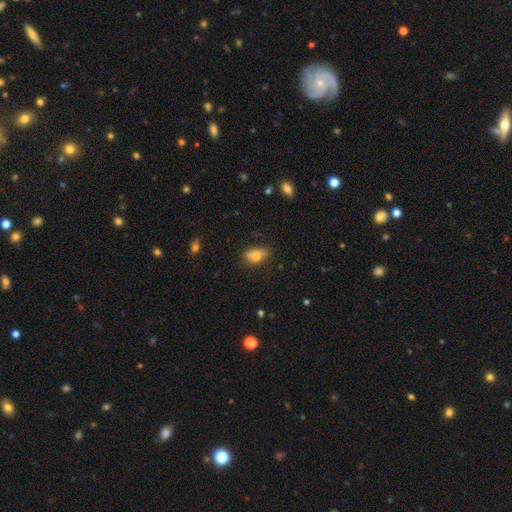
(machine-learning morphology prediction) type=smooth (70%); roundness=in between (83%); merging=none (72%).